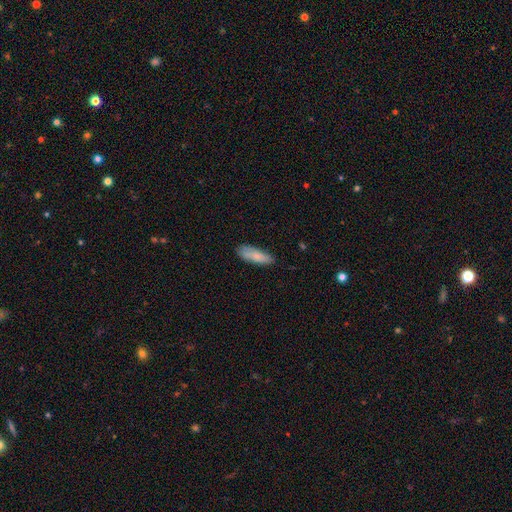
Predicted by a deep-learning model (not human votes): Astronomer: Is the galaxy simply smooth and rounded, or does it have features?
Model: smooth — 81%.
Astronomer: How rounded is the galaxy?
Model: in between — 55% (runner-up: cigar-shaped, 44%).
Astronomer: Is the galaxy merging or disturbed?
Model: none — 81%.